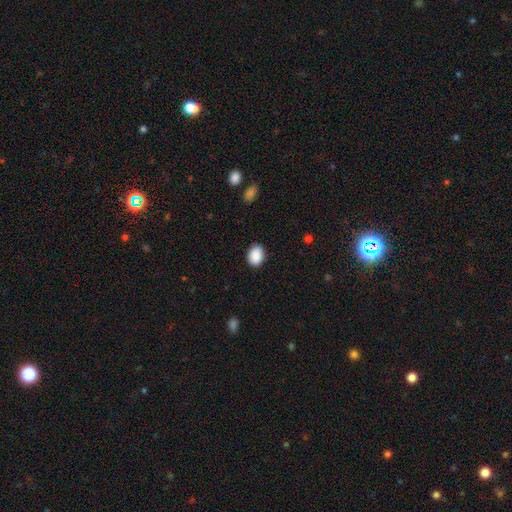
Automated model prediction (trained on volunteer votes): Smooth or featured? Predicted: smooth (p=0.90). How rounded? Predicted: in between (p=0.67). Merging? Predicted: none (p=0.89).